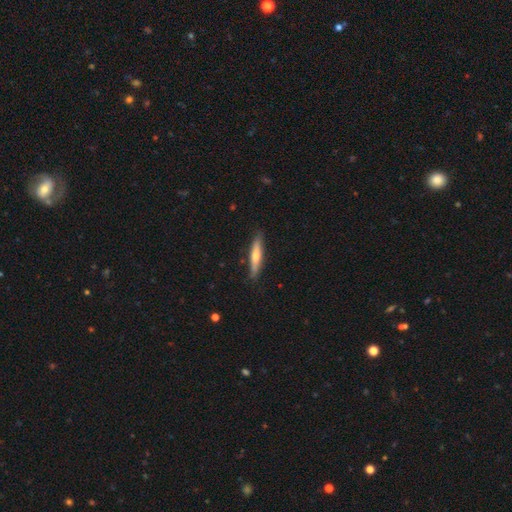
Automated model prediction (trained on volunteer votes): Smooth or featured? Predicted: smooth (p=0.50). How rounded? Predicted: cigar-shaped (p=0.90). Merging? Predicted: none (p=0.86).